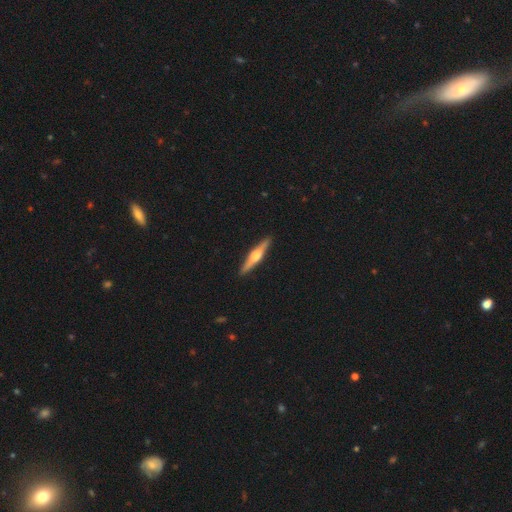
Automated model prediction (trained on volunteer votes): A featured or disk galaxy (66%) viewed edge-on (97%) with a rounded central bulge (92%).

Vote fractions:
- Smooth or featured? featured or disk: 66% / smooth: 29% / star or artifact: 5%
- Edge-on disk? yes: 97% / no: 3%
- Edge-on bulge? rounded: 92% / boxy: 5% / none: 3%
- Merging? none: 92% / minor disturbance: 6% / major disturbance: 1% / merger: 1%